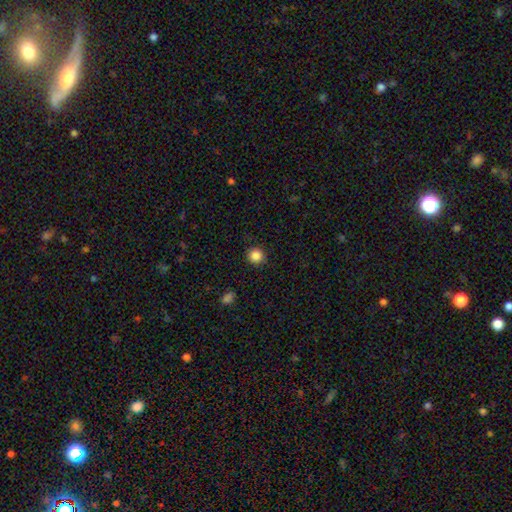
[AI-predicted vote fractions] Overall: smooth (86%). How rounded: round (92%). Merging: none (89%).